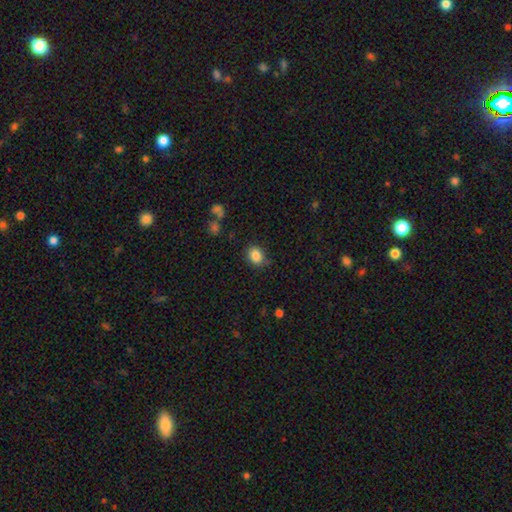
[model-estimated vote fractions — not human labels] Smooth or featured?
  - smooth: 85% *
  - star or artifact: 10%
  - featured or disk: 5%
How rounded?
  - round: 52% *
  - in between: 47%
  - cigar-shaped: 1%
Merging?
  - none: 80% *
  - minor disturbance: 14%
  - major disturbance: 3%
  - merger: 2%